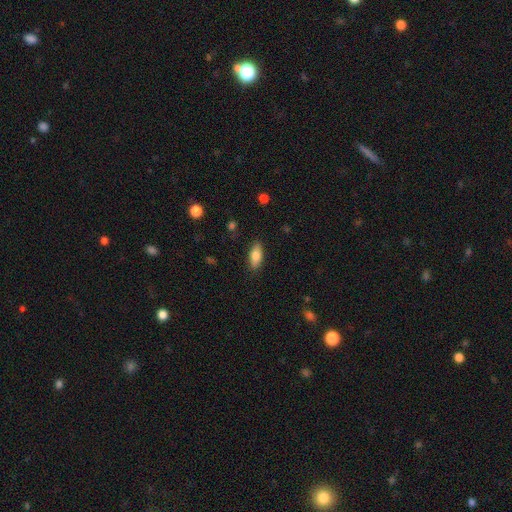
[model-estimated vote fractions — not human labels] This is likely a smooth galaxy (78%). How rounded: likely in between (79%). Merging: clearly none (87%).